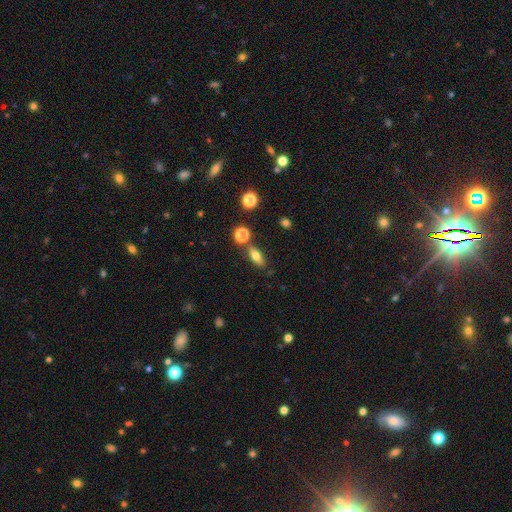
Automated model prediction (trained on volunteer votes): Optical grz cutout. It shows a smooth galaxy with no disk features (71%) that is in between round and cigar-shaped (69%). Merging: none (76%).